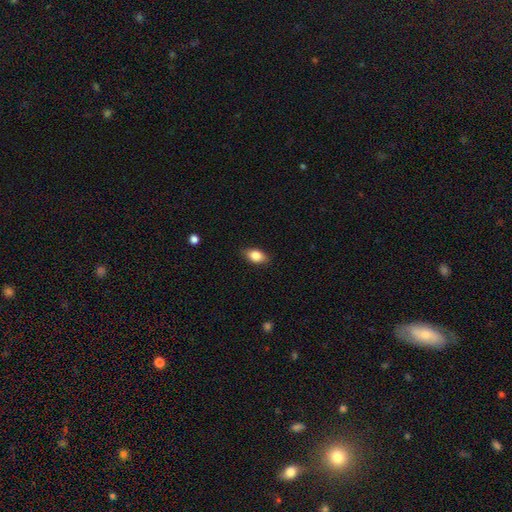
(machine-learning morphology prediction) Smooth or featured? Predicted: smooth (p=0.82). How rounded? Predicted: in between (p=0.87). Merging? Predicted: none (p=0.85).